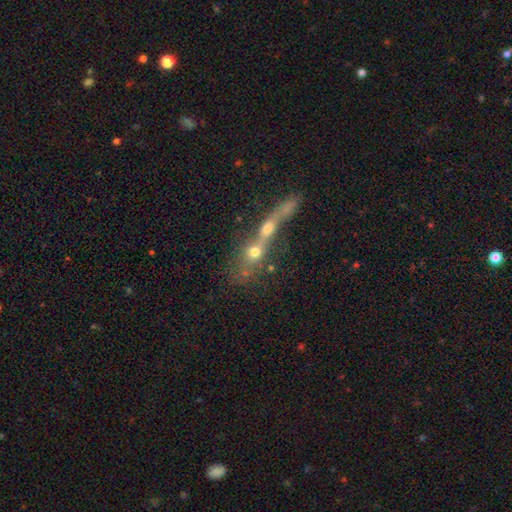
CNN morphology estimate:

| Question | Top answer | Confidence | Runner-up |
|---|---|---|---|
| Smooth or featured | featured or disk | 44% | smooth (37%) |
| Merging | merger | 67% | none (19%) |